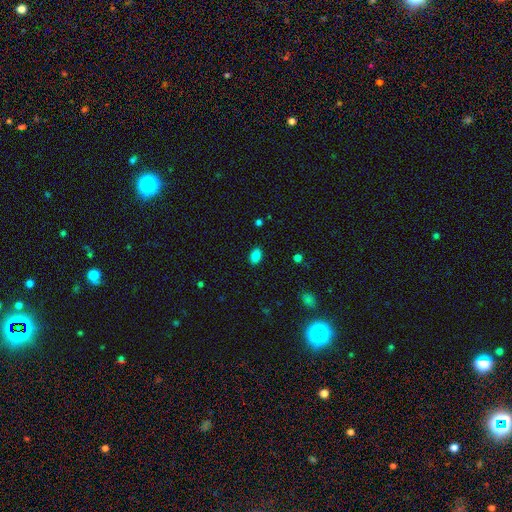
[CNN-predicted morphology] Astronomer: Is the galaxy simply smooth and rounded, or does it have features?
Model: smooth — 85%.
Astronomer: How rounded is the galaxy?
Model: in between — 87%.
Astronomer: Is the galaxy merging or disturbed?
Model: none — 88%.